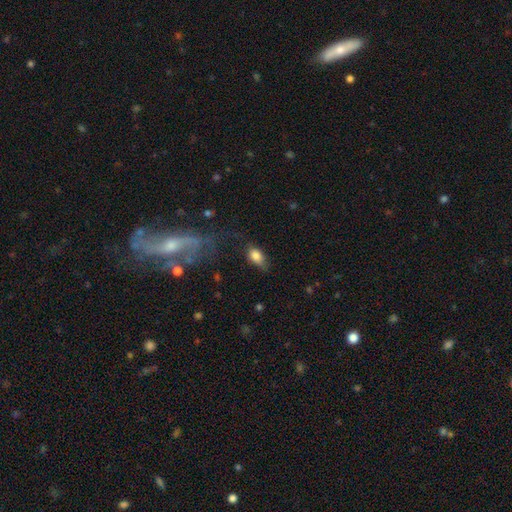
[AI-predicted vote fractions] Smooth or featured: smooth — 81% (featured or disk — 10%)
How rounded: in between — 86% (round — 10%)
Merging: none — 54% (minor disturbance — 28%)